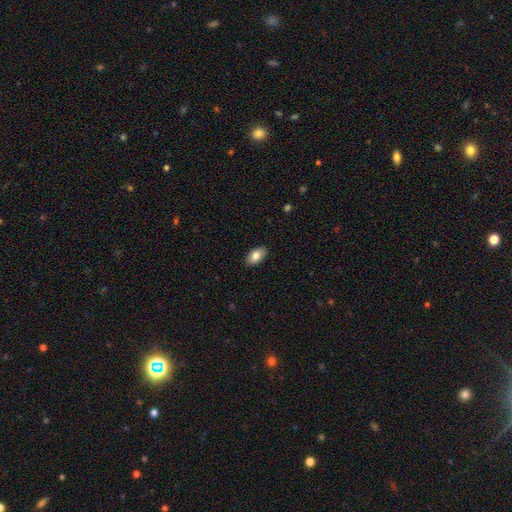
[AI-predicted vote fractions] smooth 81%, featured or disk 13%, star or artifact 7%. Down the decision tree: how rounded — in between (94%); merging — none (89%).